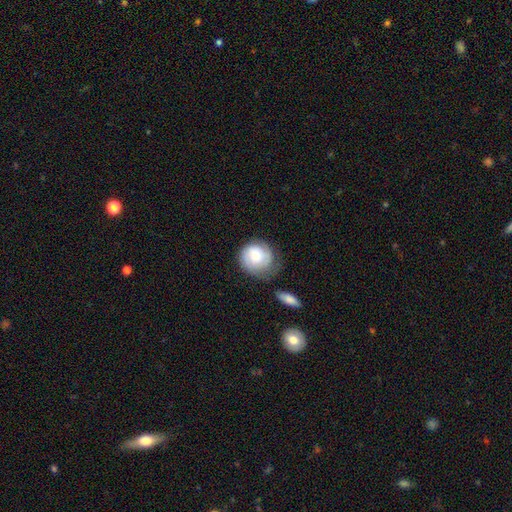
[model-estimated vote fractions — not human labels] The model was most divided on "smooth or featured": smooth: 50%, featured or disk: 43%, star or artifact: 7%. More confident: how rounded — round (85%); merging — none (58%).